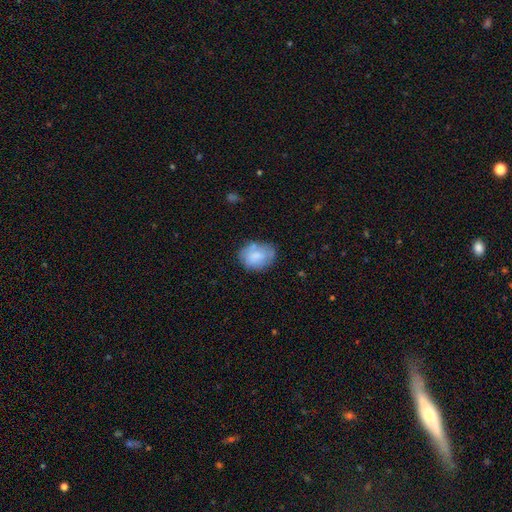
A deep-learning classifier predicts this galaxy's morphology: Overall: smooth (73%). How rounded: in between (65%; round 34%). Merging: none (60%; minor disturbance 27%).